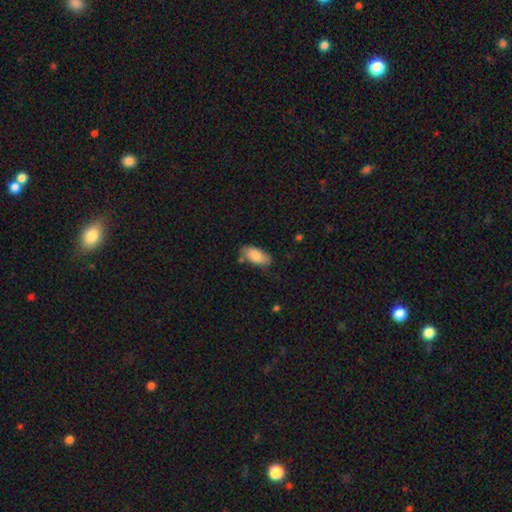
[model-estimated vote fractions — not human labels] Smooth or featured? smooth (84%)
How rounded? in between (92%)
Merging? none (69%)